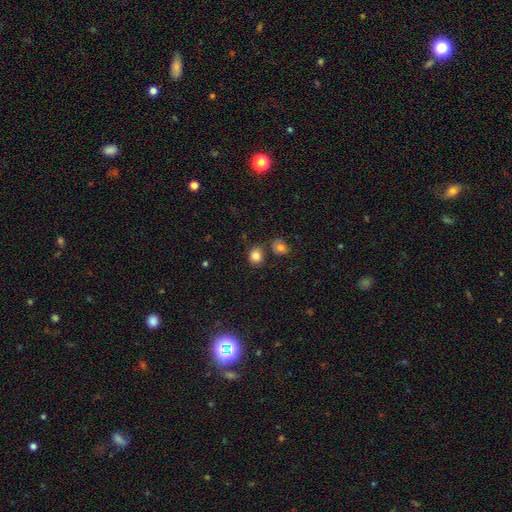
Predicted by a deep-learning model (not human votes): This is clearly a smooth galaxy (85%). How rounded: likely round (72%). Merging: likely none (71%).